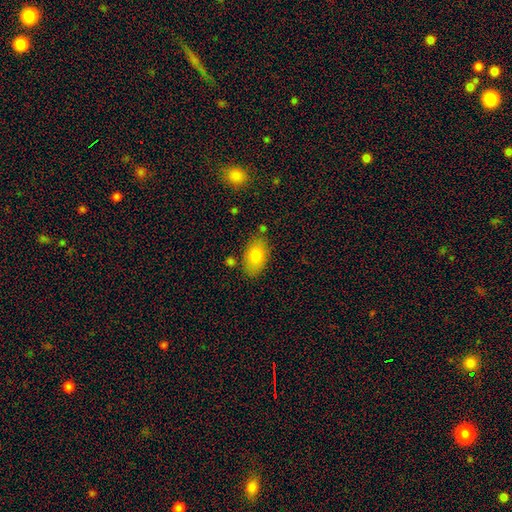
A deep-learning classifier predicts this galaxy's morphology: This appears to be a smooth galaxy with no disk features (79%) that is in between round and cigar-shaped (90%). Merging: none (79%).